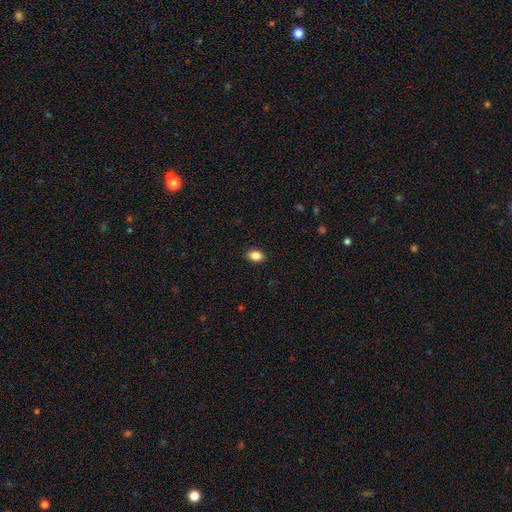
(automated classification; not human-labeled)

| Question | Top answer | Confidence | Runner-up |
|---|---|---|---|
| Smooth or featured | smooth | 86% | star or artifact (9%) |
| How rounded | in between | 82% | round (17%) |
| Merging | none | 90% | minor disturbance (8%) |